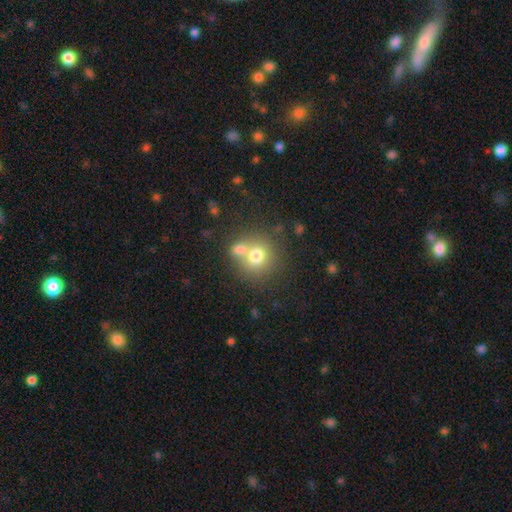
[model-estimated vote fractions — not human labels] Overall: smooth (71%). How rounded: round (83%). Merging: none (47%; merger 40%).